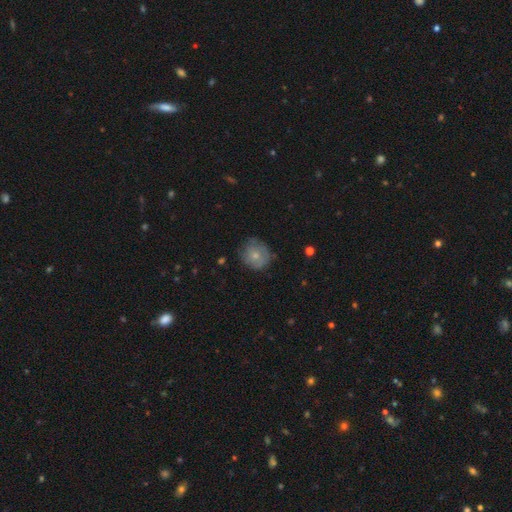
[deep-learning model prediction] Smooth or featured: smooth — 67% (featured or disk — 25%)
How rounded: round — 85% (in between — 14%)
Merging: none — 69% (minor disturbance — 23%)